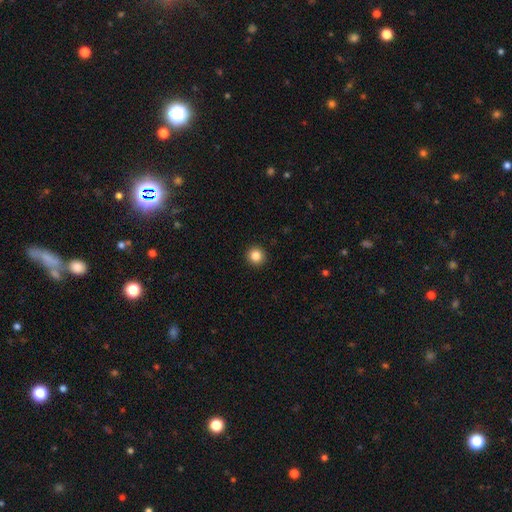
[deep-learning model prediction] A smooth galaxy with no disk features (85%) that is round (95%).

Vote fractions:
- Smooth or featured? smooth: 85% / star or artifact: 11% / featured or disk: 4%
- How rounded? round: 95% / in between: 4% / cigar-shaped: 1%
- Merging? none: 93% / minor disturbance: 4% / major disturbance: 1% / merger: 1%